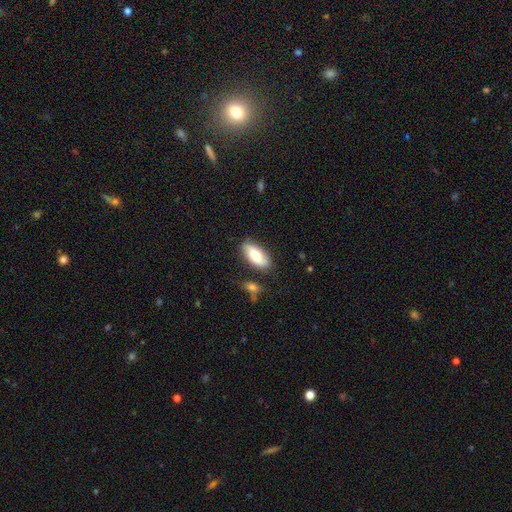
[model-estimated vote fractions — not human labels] Smooth or featured? Predicted: smooth (p=0.72). How rounded? Predicted: in between (p=0.87). Merging? Predicted: none (p=0.76).